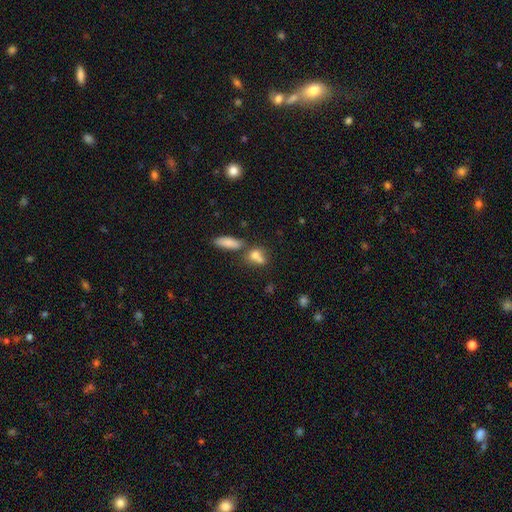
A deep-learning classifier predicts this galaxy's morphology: Q: Smooth or featured?
A: smooth (73%); runner-up: featured or disk (16%)
Q: How rounded?
A: in between (49%); runner-up: round (41%)
Q: Merging?
A: merger (47%); runner-up: none (37%)